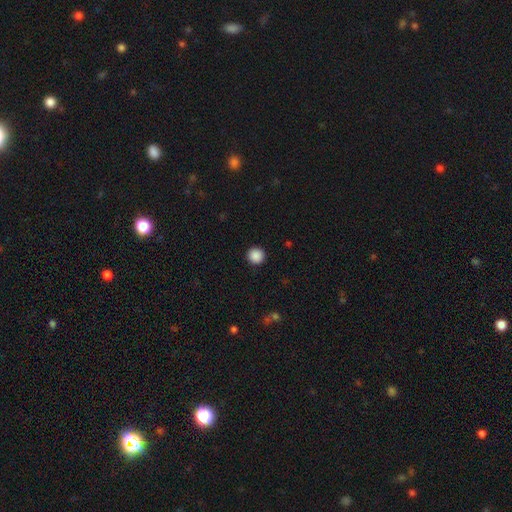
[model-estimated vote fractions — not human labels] Smooth or featured?
  - smooth: 88% *
  - star or artifact: 9%
  - featured or disk: 2%
How rounded?
  - round: 95% *
  - in between: 4%
  - cigar-shaped: 1%
Merging?
  - none: 93% *
  - minor disturbance: 5%
  - major disturbance: 2%
  - merger: 1%